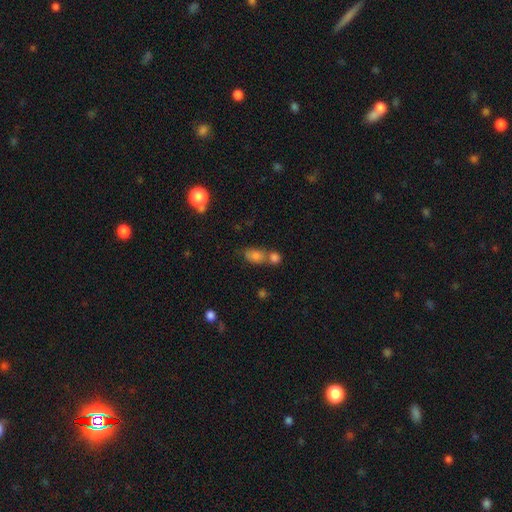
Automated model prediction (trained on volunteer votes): A smooth galaxy with no disk features (76%) that is in between round and cigar-shaped (74%).

Vote fractions:
- Smooth or featured? smooth: 76% / star or artifact: 13% / featured or disk: 10%
- How rounded? in between: 74% / round: 23% / cigar-shaped: 3%
- Merging? none: 42% / merger: 40% / minor disturbance: 12% / major disturbance: 5%